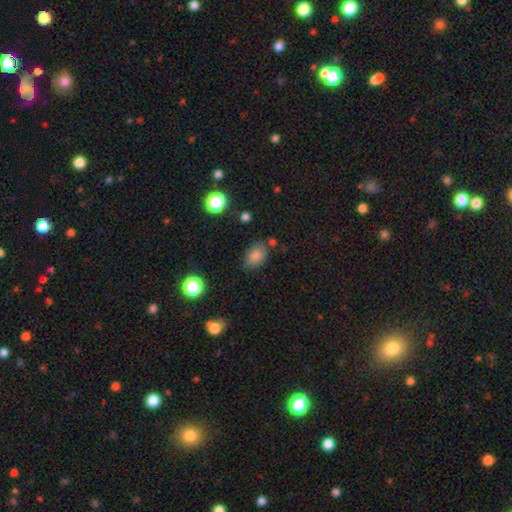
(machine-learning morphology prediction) Smooth or featured: smooth — 82% (star or artifact — 11%)
How rounded: in between — 82% (round — 17%)
Merging: none — 74% (minor disturbance — 16%)